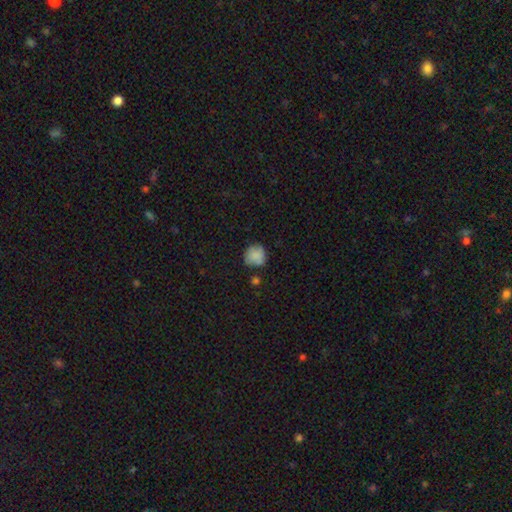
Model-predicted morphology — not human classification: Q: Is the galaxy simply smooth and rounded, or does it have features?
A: smooth — 82%.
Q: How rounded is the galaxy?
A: round — 86%.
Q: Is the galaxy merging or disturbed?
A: none — 67%.